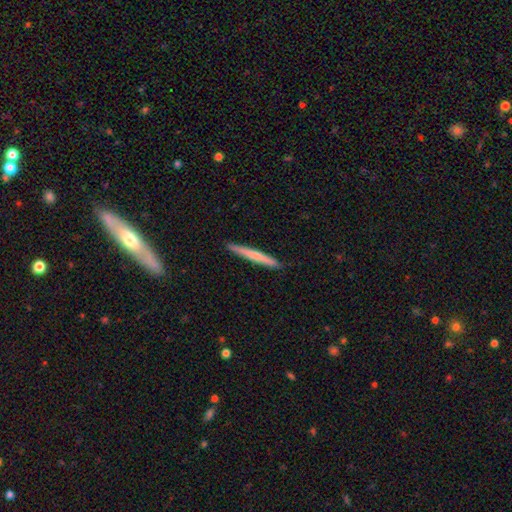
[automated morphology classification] Smooth or featured?
  - smooth: 62% *
  - featured or disk: 32%
  - star or artifact: 5%
How rounded?
  - cigar-shaped: 97% *
  - in between: 2%
  - round: 1%
Merging?
  - none: 90% *
  - minor disturbance: 7%
  - major disturbance: 1%
  - merger: 1%